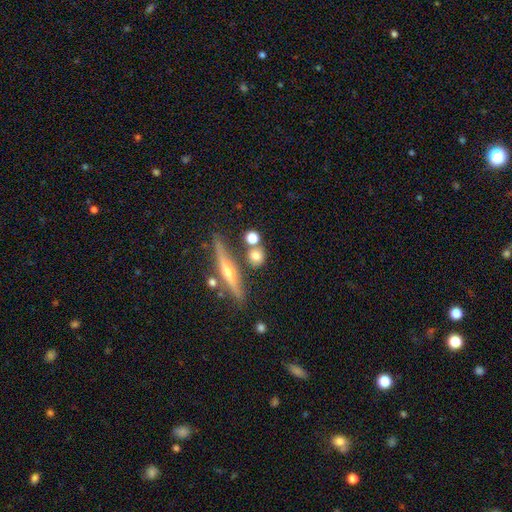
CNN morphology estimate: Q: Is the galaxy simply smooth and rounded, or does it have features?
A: smooth — 64%.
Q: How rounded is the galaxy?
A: round — 72%.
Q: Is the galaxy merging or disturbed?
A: none — 67%.